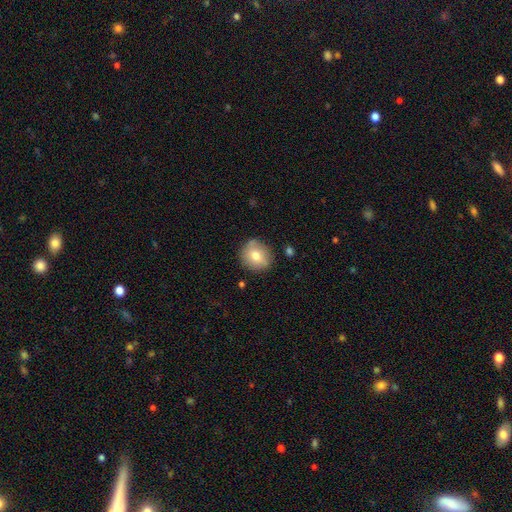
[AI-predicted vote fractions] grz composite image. It shows a smooth galaxy with no disk features (73%) that is round (85%). Merging: none (80%).